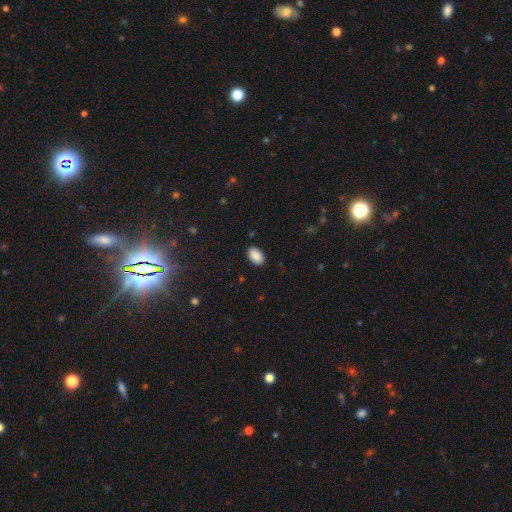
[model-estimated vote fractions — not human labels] The model was most divided on "merging": none: 88%, minor disturbance: 9%, major disturbance: 2%, merger: 1%. More confident: how rounded — in between (91%); smooth or featured — smooth (89%).